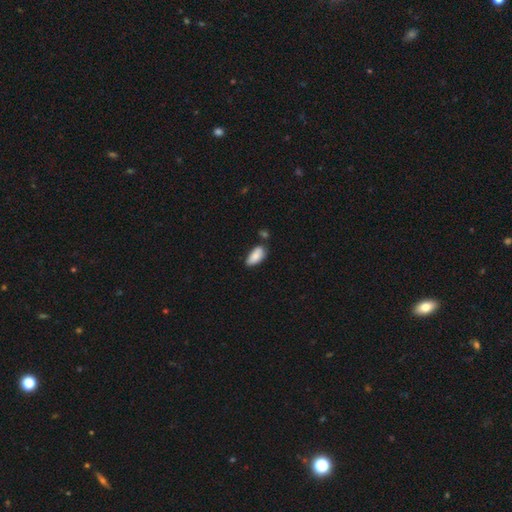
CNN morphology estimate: Q: Smooth or featured?
A: smooth (86%); runner-up: featured or disk (8%)
Q: How rounded?
A: in between (90%); runner-up: cigar-shaped (8%)
Q: Merging?
A: none (67%); runner-up: minor disturbance (22%)